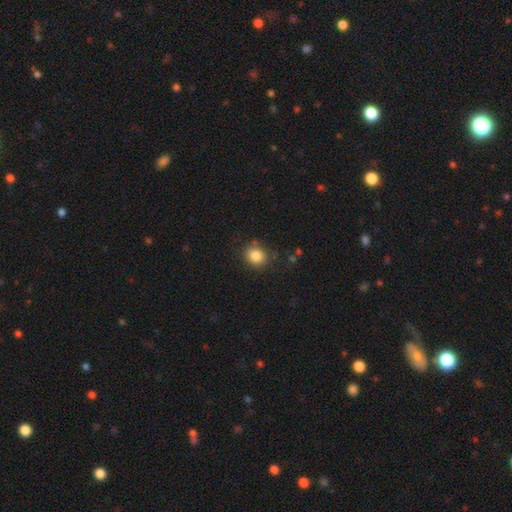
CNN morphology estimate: Smooth or featured? Predicted: smooth (p=0.84). How rounded? Predicted: round (p=0.68). Merging? Predicted: none (p=0.79).